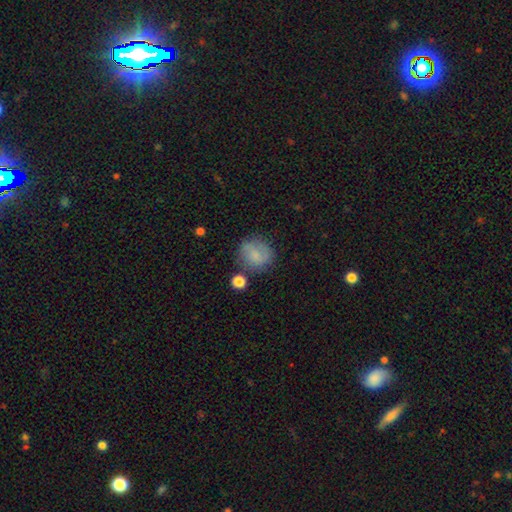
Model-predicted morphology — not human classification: Smooth or featured?
  - smooth: 69% *
  - featured or disk: 22%
  - star or artifact: 9%
How rounded?
  - round: 81% *
  - in between: 18%
  - cigar-shaped: 1%
Merging?
  - none: 66% *
  - minor disturbance: 20%
  - major disturbance: 7%
  - merger: 6%